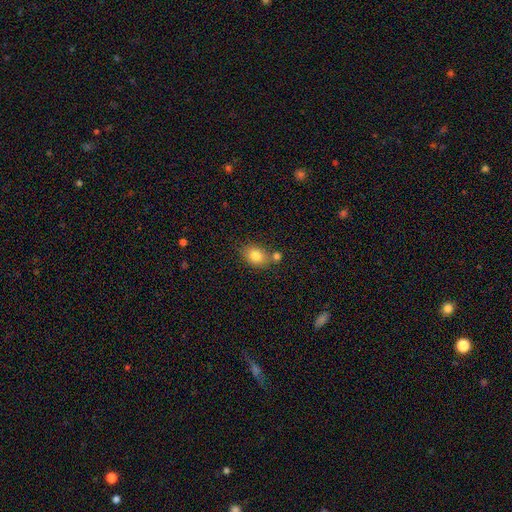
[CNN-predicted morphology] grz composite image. It shows a smooth galaxy with no disk features (81%) that is in between round and cigar-shaped (59%). Merging: none (63%).